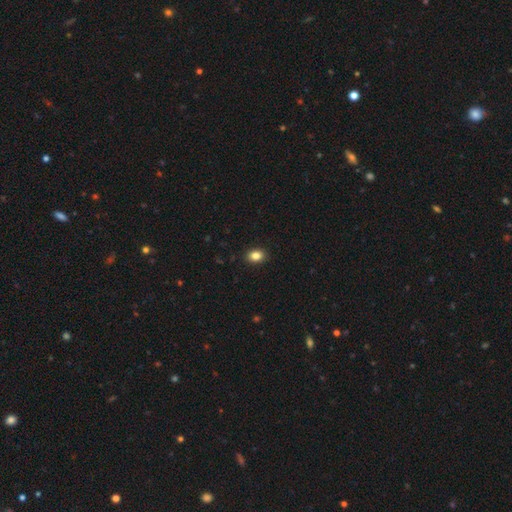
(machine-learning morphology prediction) Smooth or featured: smooth — 85% (star or artifact — 10%)
How rounded: in between — 71% (round — 28%)
Merging: none — 90% (minor disturbance — 7%)